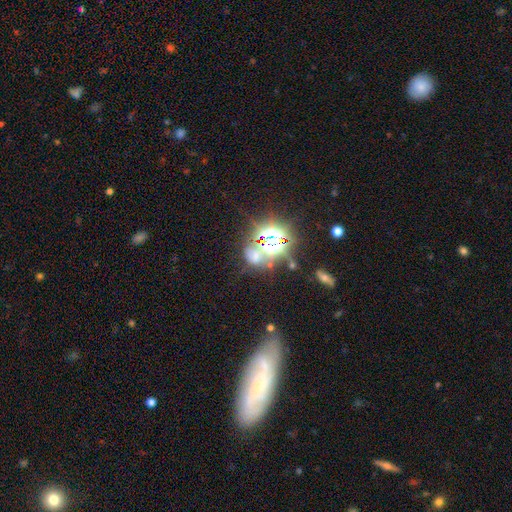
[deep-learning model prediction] A star or artifact, not a galaxy (61%).

Vote fractions:
- Smooth or featured? star or artifact: 61% / smooth: 27% / featured or disk: 11%